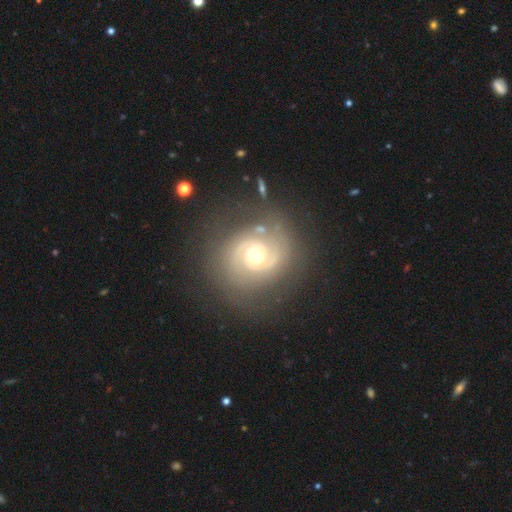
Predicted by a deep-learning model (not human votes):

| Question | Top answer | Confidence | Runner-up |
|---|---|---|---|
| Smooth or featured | featured or disk | 82% | smooth (12%) |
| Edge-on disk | no | 98% | yes (2%) |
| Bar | no | 62% | weak (30%) |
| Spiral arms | yes | 92% | no (8%) |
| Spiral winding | tight | 45% | medium (41%) |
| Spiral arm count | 2 | 82% | can't tell (8%) |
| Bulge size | moderate | 64% | small (27%) |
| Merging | none | 77% | minor disturbance (13%) |